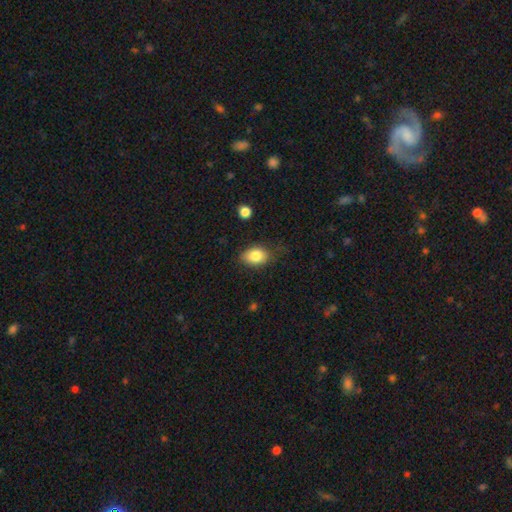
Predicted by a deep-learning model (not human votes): A smooth galaxy with no disk features (83%) that is in between round and cigar-shaped (79%).

Vote fractions:
- Smooth or featured? smooth: 83% / featured or disk: 9% / star or artifact: 8%
- How rounded? in between: 79% / round: 19% / cigar-shaped: 1%
- Merging? none: 72% / minor disturbance: 21% / major disturbance: 5% / merger: 2%